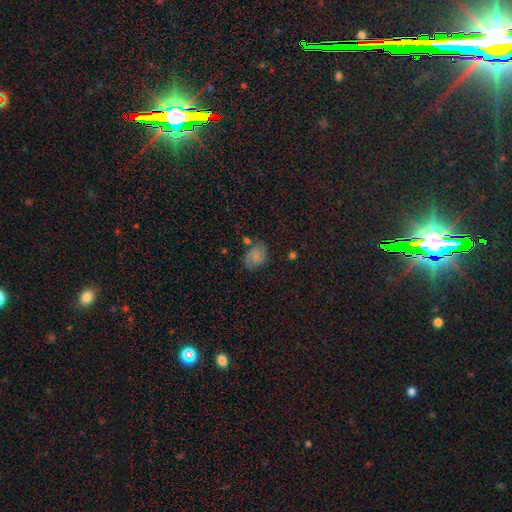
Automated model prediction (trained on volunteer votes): The model was most divided on "smooth or featured": featured or disk: 45%, smooth: 41%, star or artifact: 14%. More confident: merging — none (62%).